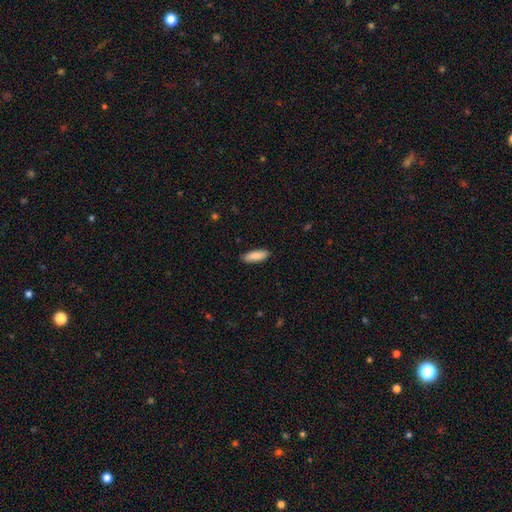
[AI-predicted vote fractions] Q: Smooth or featured?
A: smooth (87%); runner-up: featured or disk (7%)
Q: How rounded?
A: in between (59%); runner-up: cigar-shaped (39%)
Q: Merging?
A: none (88%); runner-up: minor disturbance (9%)